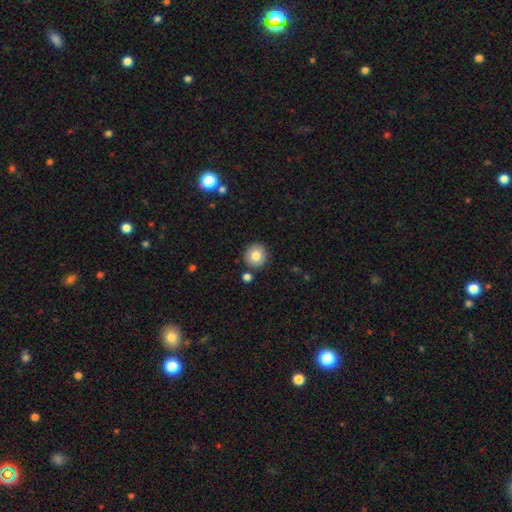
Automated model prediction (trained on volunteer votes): Smooth or featured? Predicted: smooth (p=0.80). How rounded? Predicted: round (p=0.92). Merging? Predicted: none (p=0.87).